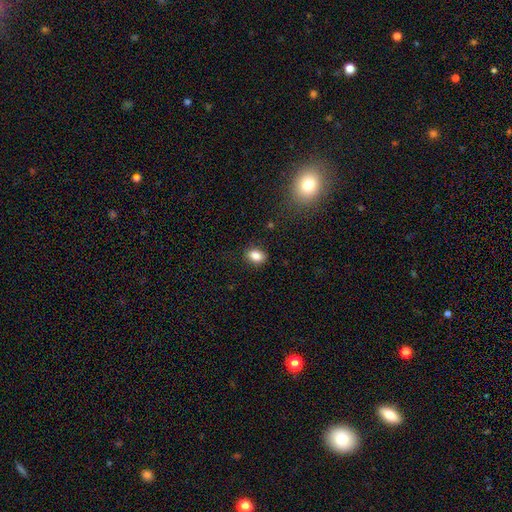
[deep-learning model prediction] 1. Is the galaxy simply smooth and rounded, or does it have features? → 85% smooth, 10% star or artifact, 6% featured or disk.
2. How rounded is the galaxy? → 72% in between, 27% round, 1% cigar-shaped.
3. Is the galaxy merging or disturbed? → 85% none, 11% minor disturbance, 3% major disturbance, 1% merger.